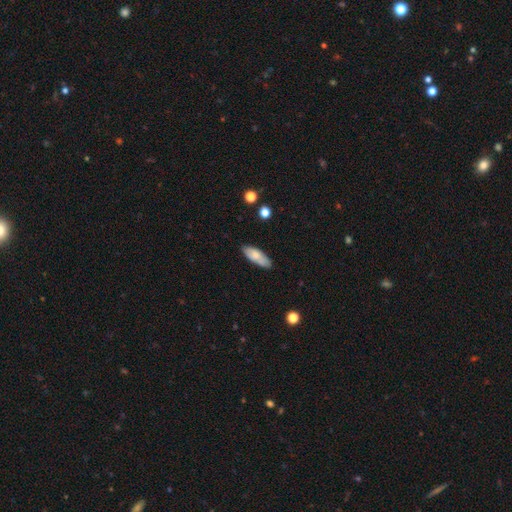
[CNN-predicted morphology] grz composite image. It shows a smooth galaxy with no disk features (73%) that is in between round and cigar-shaped (66%). Merging: none (80%).